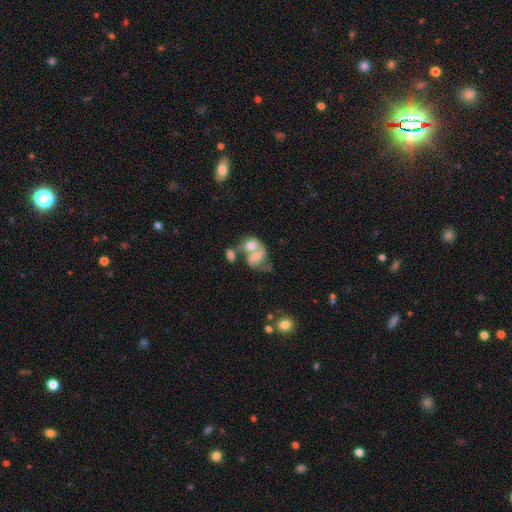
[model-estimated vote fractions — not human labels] featured or disk 55%, smooth 35%, star or artifact 10%. Down the decision tree: edge-on disk — no (97%); bar — no (67%); spiral arms — yes (67%); bulge size — moderate (57%); merging — merger (63%).